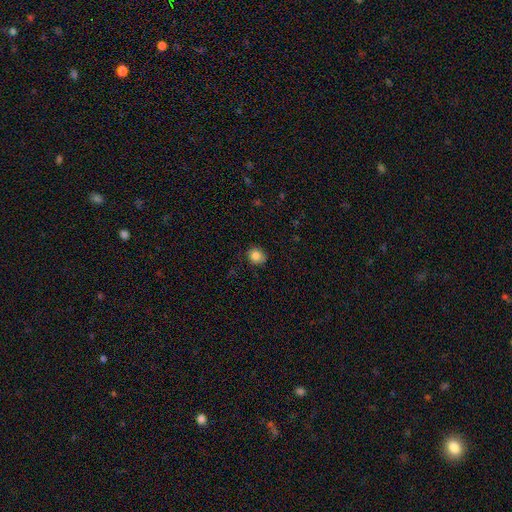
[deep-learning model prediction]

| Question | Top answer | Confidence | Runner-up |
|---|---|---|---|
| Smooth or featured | smooth | 84% | star or artifact (10%) |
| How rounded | round | 80% | in between (19%) |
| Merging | none | 82% | minor disturbance (14%) |